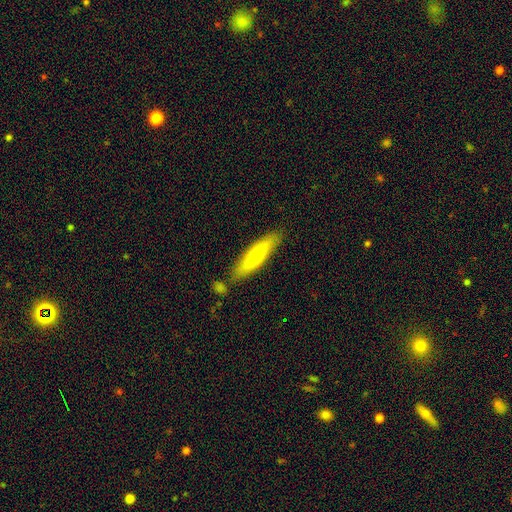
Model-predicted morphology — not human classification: This appears to be a smooth galaxy with no disk features (60%) that is cigar-shaped (71%). Merging: none (78%).